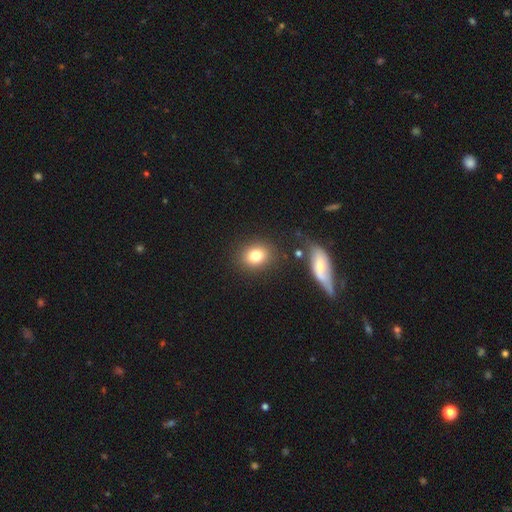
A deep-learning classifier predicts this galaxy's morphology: Smooth or featured? smooth (81%)
How rounded? round (54%)
Merging? none (82%)